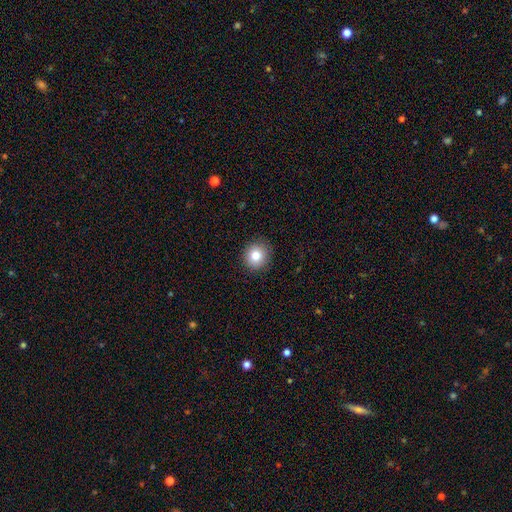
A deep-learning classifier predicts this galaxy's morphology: Overall: smooth (81%). How rounded: round (89%). Merging: none (90%).